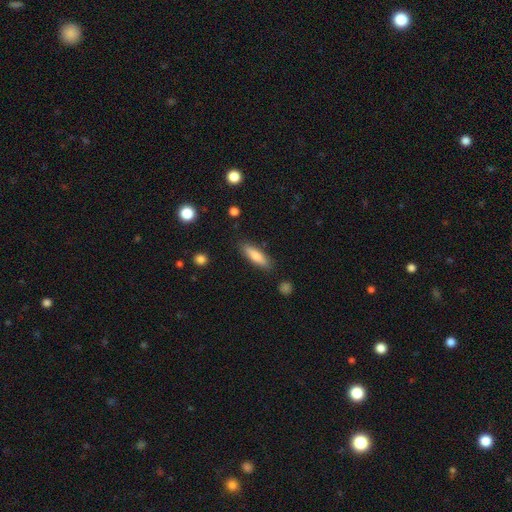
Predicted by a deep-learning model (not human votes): smooth 79%, featured or disk 15%, star or artifact 6%. Down the decision tree: how rounded — cigar-shaped (60%); merging — none (86%).